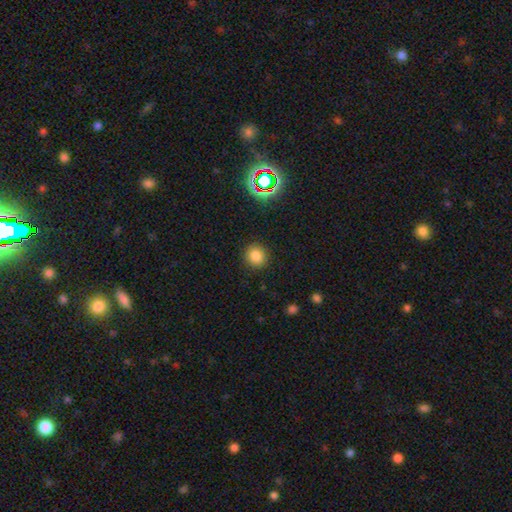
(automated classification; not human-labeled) Smooth or featured: smooth — 81% (star or artifact — 14%)
How rounded: round — 87% (in between — 12%)
Merging: none — 89% (minor disturbance — 7%)